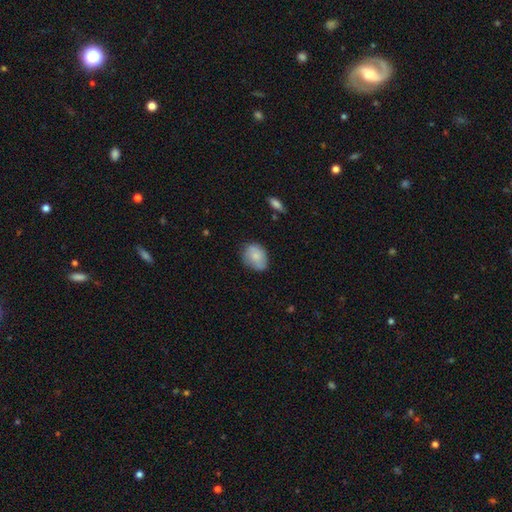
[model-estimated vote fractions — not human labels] A smooth galaxy with no disk features (77%) that is in between round and cigar-shaped (61%).

Vote fractions:
- Smooth or featured? smooth: 77% / featured or disk: 16% / star or artifact: 7%
- How rounded? in between: 61% / round: 37% / cigar-shaped: 1%
- Merging? none: 66% / minor disturbance: 27% / major disturbance: 5% / merger: 2%